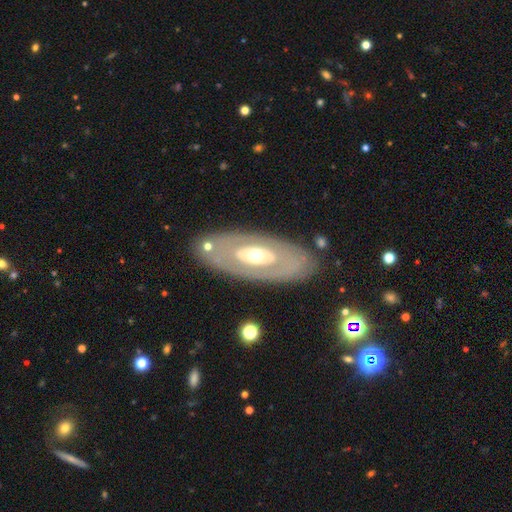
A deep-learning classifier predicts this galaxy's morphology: The model was most divided on "smooth or featured": featured or disk: 64%, smooth: 31%, star or artifact: 5%. More confident: spiral arms — no (90%); bar — no (86%); edge-on disk — no (85%); merging — none (83%); bulge size — moderate (70%).